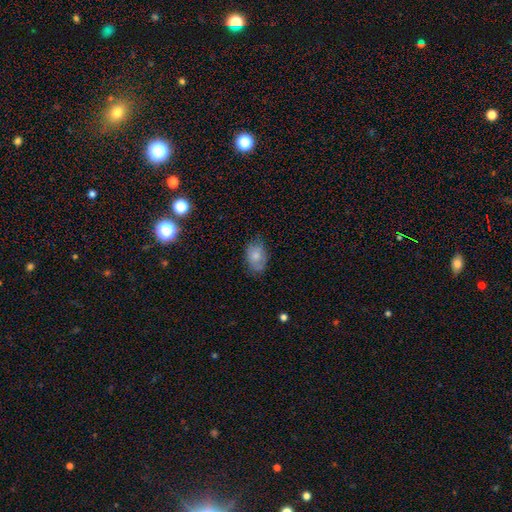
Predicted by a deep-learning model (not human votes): Smooth or featured? smooth (71%)
How rounded? in between (85%)
Merging? none (68%)